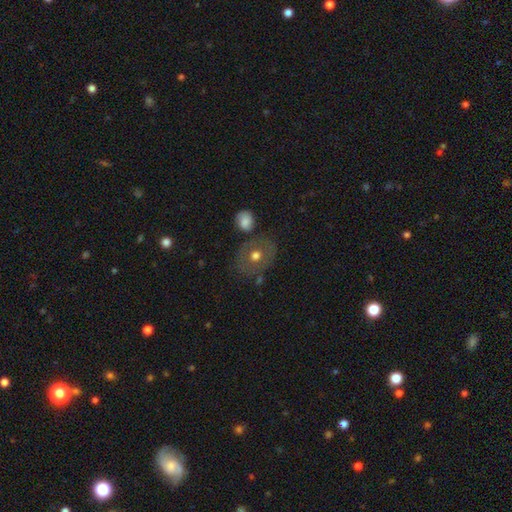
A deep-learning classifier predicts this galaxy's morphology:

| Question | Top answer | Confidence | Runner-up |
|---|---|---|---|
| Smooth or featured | smooth | 57% | featured or disk (34%) |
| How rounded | round | 53% | in between (46%) |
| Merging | none | 70% | minor disturbance (16%) |